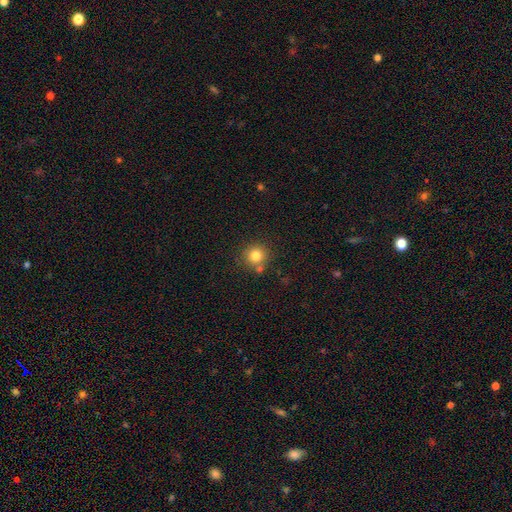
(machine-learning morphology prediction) Smooth or featured? smooth (80%)
How rounded? round (91%)
Merging? none (75%)